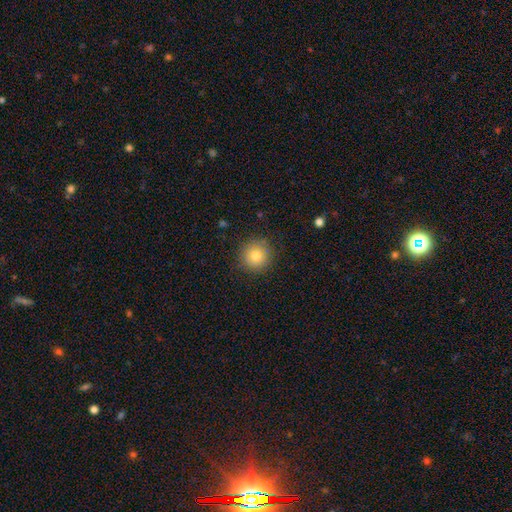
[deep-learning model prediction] Q: Smooth or featured?
A: smooth (81%); runner-up: star or artifact (11%)
Q: How rounded?
A: round (95%); runner-up: in between (4%)
Q: Merging?
A: none (89%); runner-up: minor disturbance (8%)